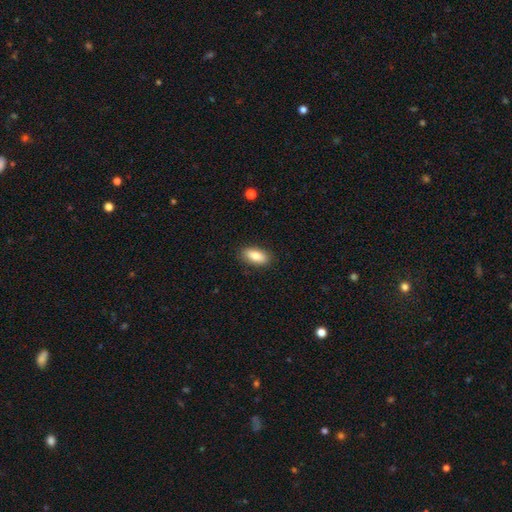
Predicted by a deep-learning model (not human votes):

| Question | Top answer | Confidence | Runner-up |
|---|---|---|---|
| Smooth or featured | smooth | 83% | featured or disk (10%) |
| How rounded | in between | 87% | cigar-shaped (10%) |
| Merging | none | 87% | minor disturbance (9%) |